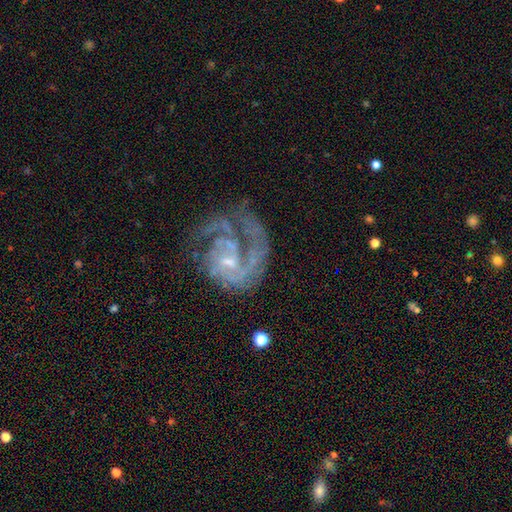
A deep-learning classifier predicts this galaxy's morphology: Overall: featured or disk (86%). Edge-on disk: no (98%). Bar: no (54%; weak 38%). Spiral arms: yes (92%). Spiral arm count: 2 (34%; 1 24%). Spiral winding: medium (42%; tight 40%). Bulge size: small (64%). Merging: none (43%; major disturbance 34%).